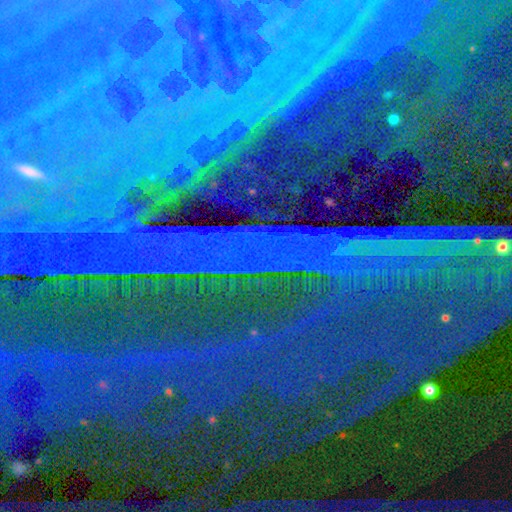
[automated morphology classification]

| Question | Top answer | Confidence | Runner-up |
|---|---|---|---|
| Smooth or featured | star or artifact | 84% | featured or disk (9%) |